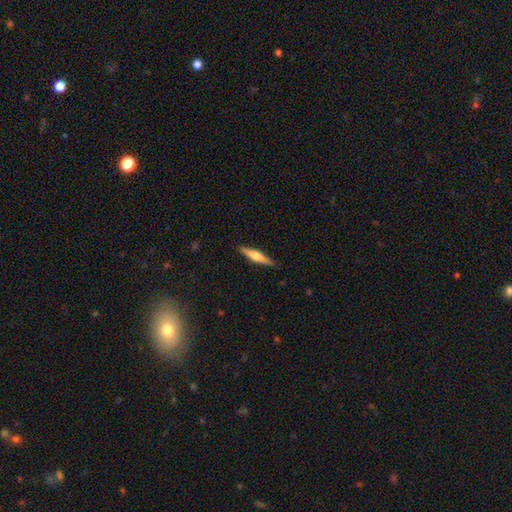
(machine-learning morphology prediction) This appears to be a featured or disk galaxy (57%) viewed edge-on (97%) with a rounded central bulge (87%). Merging: none (89%).